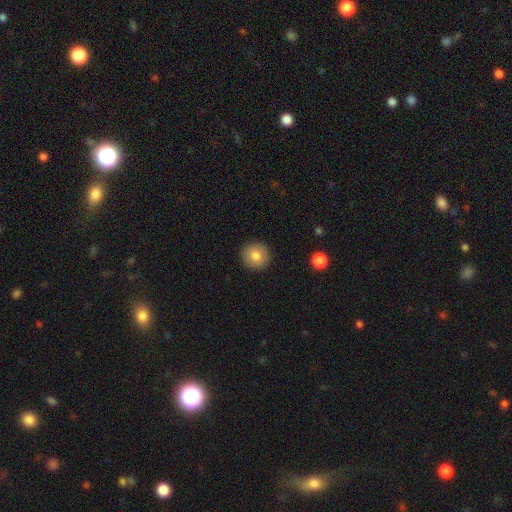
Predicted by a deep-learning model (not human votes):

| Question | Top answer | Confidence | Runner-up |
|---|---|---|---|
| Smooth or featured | smooth | 80% | featured or disk (11%) |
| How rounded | round | 94% | in between (5%) |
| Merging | none | 91% | minor disturbance (6%) |